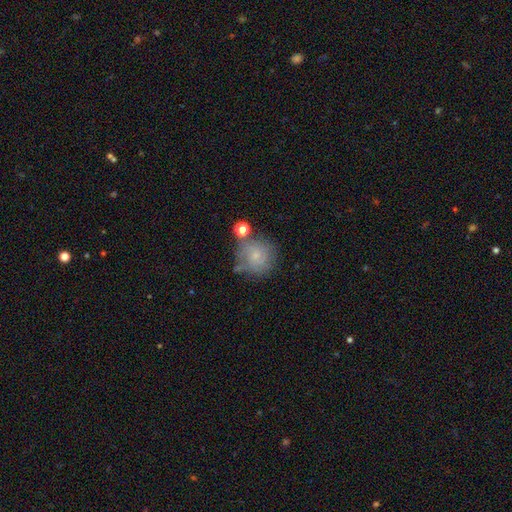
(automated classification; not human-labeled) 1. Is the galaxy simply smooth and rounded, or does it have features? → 59% smooth, 30% featured or disk, 11% star or artifact.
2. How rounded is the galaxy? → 87% round, 12% in between, 1% cigar-shaped.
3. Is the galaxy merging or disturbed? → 55% none, 22% minor disturbance, 13% merger, 11% major disturbance.